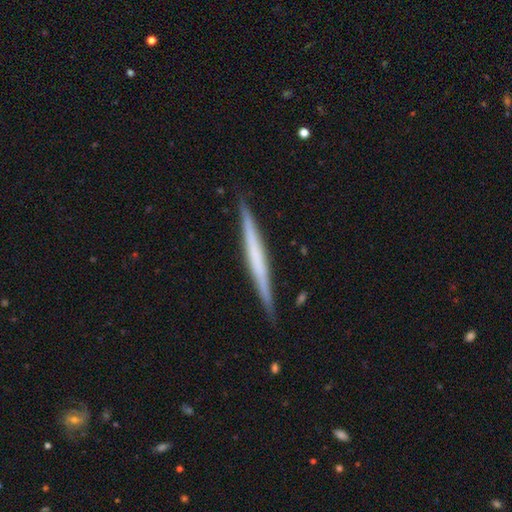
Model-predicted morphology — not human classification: type=featured or disk (58%); edge-on=yes (98%); edge-on bulge=none (77%); merging=none (90%).